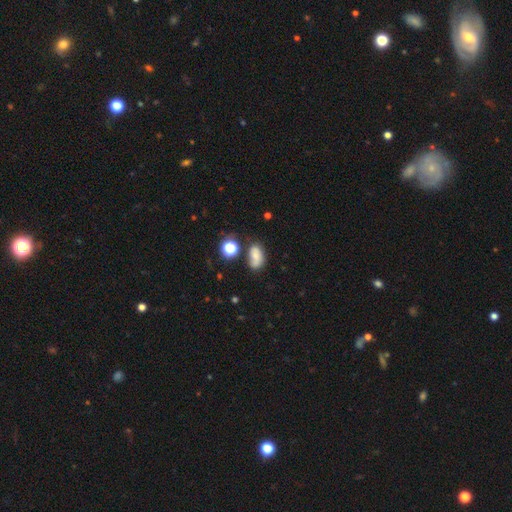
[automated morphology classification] Q: Smooth or featured?
A: smooth (66%); runner-up: featured or disk (20%)
Q: How rounded?
A: in between (84%); runner-up: round (14%)
Q: Merging?
A: none (55%); runner-up: minor disturbance (25%)